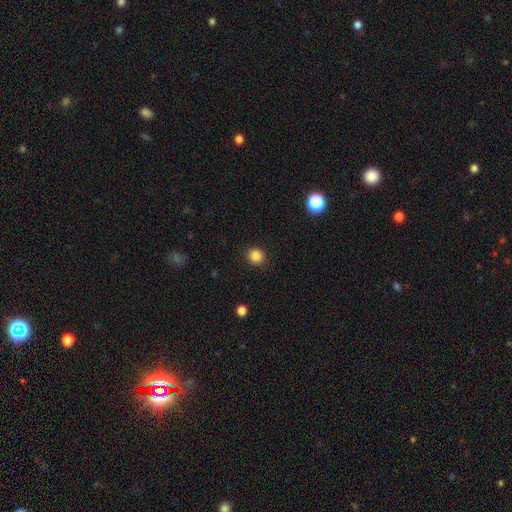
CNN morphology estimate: Q: Smooth or featured?
A: smooth (86%); runner-up: star or artifact (11%)
Q: How rounded?
A: round (92%); runner-up: in between (7%)
Q: Merging?
A: none (92%); runner-up: minor disturbance (5%)